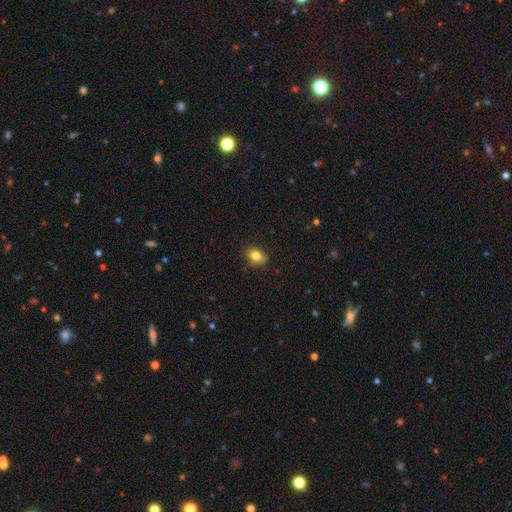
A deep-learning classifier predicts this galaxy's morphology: Q: Smooth or featured?
A: smooth (80%); runner-up: star or artifact (10%)
Q: How rounded?
A: in between (69%); runner-up: round (29%)
Q: Merging?
A: none (72%); runner-up: minor disturbance (22%)